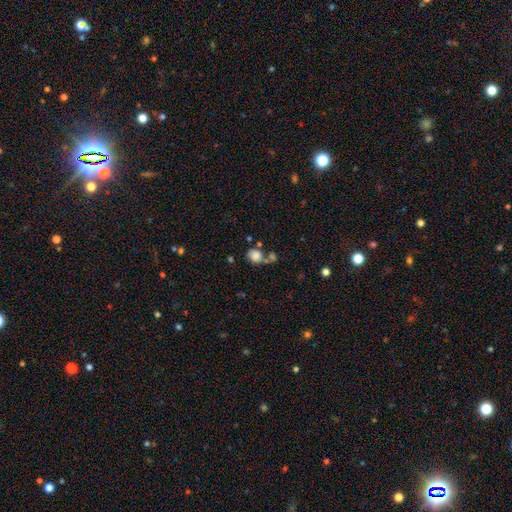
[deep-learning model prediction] Q: Smooth or featured?
A: smooth (78%); runner-up: featured or disk (11%)
Q: How rounded?
A: round (56%); runner-up: in between (43%)
Q: Merging?
A: none (42%); runner-up: merger (35%)